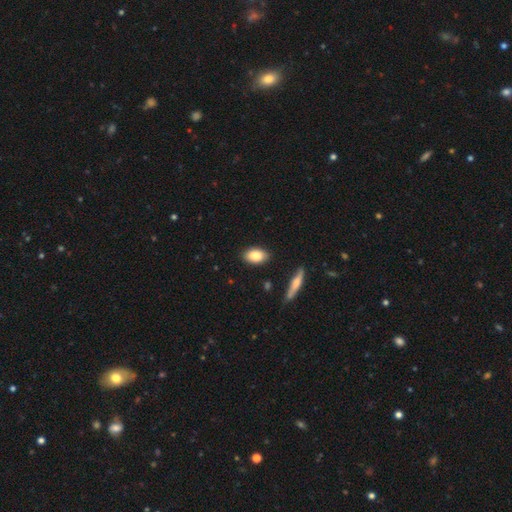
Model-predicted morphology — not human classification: type=smooth (85%); roundness=in between (90%); merging=none (87%).